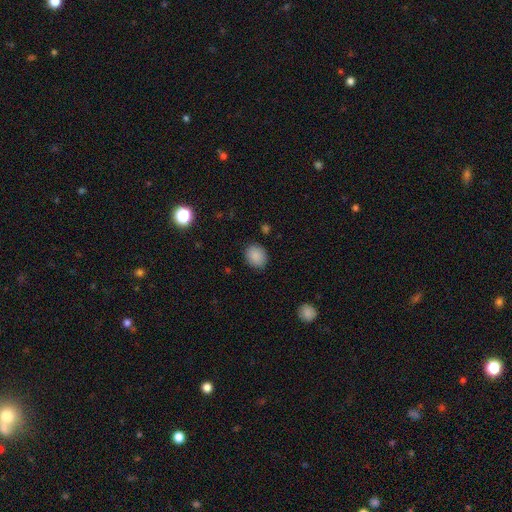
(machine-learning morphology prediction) smooth-or-featured: smooth: 88% | star or artifact: 9% | featured or disk: 3%
  how-rounded: round: 67% | in between: 32% | cigar-shaped: 1%
  merging: none: 87% | minor disturbance: 9% | major disturbance: 3% | merger: 1%